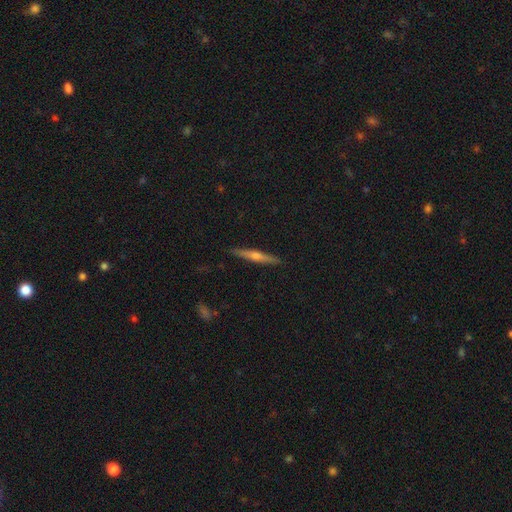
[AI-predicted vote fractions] Smooth or featured? Predicted: featured or disk (p=0.64). Edge-on disk? Predicted: yes (p=0.98). Edge-on bulge? Predicted: rounded (p=0.84). Merging? Predicted: none (p=0.91).